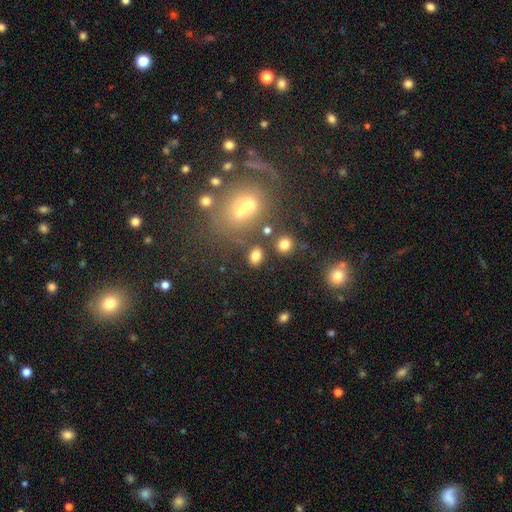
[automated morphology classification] type=smooth (78%); roundness=in between (70%); merging=none (75%).